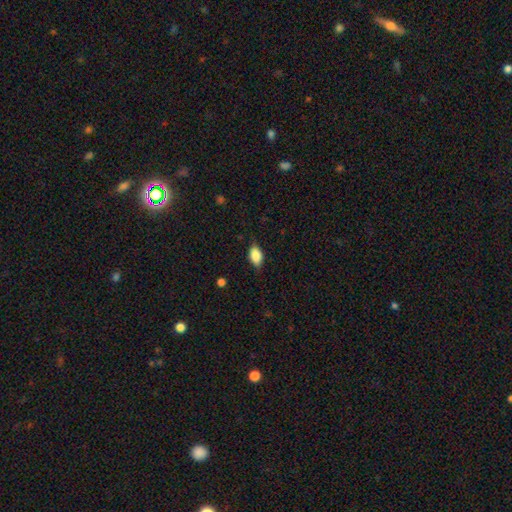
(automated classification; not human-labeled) Smooth or featured?
  - smooth: 82% *
  - featured or disk: 11%
  - star or artifact: 7%
How rounded?
  - in between: 88% *
  - round: 8%
  - cigar-shaped: 4%
Merging?
  - none: 78% *
  - minor disturbance: 18%
  - major disturbance: 4%
  - merger: 1%